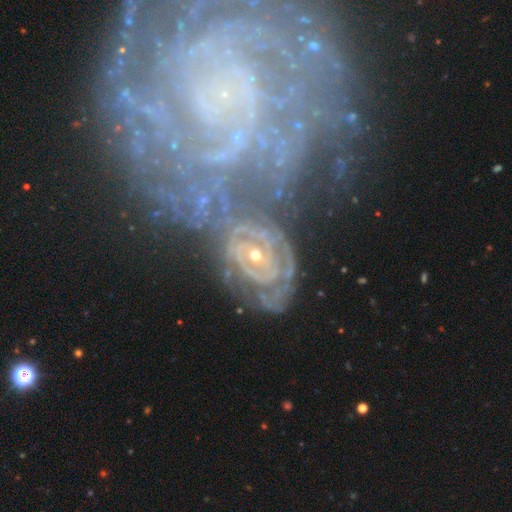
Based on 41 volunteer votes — Smooth or featured? 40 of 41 (98%) said featured or disk. Edge-on disk? 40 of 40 (100%) said no. Bar? 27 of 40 (68%) said no. Spiral arms? 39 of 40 (98%) said yes. Spiral winding? 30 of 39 (77%) said tight. Spiral arm count? 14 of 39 (36%) said 2. Bulge size? 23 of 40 (57%) said moderate. Merging? 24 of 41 (59%) said none.